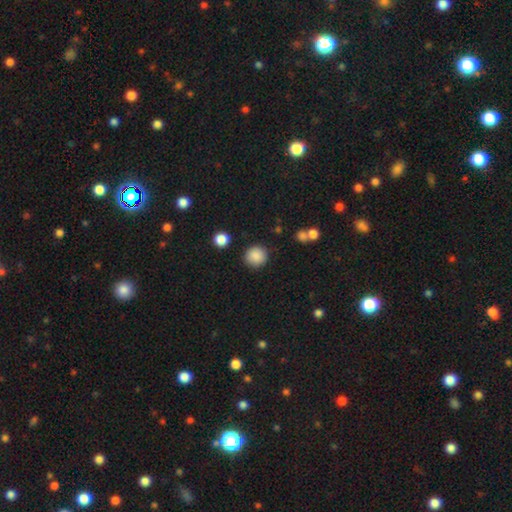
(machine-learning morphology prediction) Smooth or featured? Predicted: smooth (p=0.88). How rounded? Predicted: round (p=0.93). Merging? Predicted: none (p=0.88).